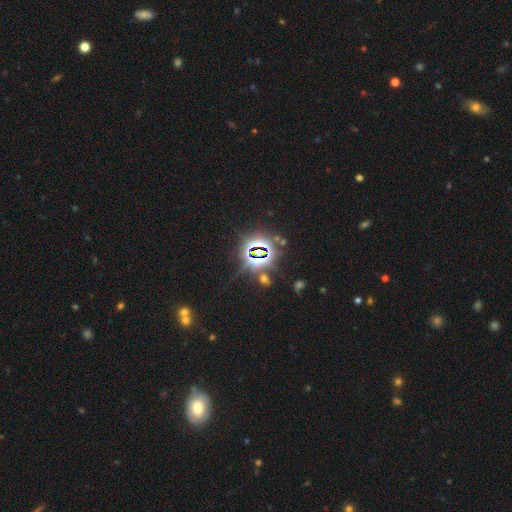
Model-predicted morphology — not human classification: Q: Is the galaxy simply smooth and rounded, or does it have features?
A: star or artifact — 82%.